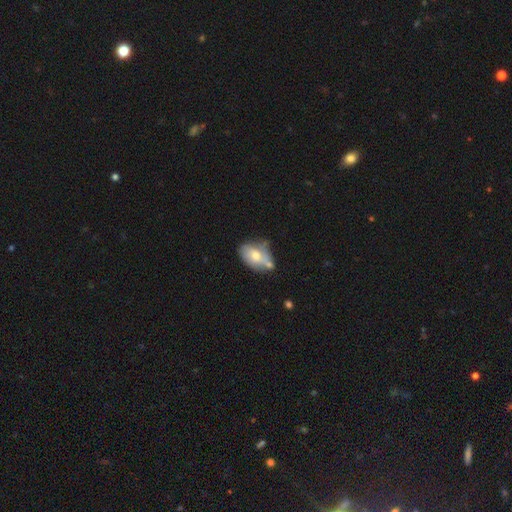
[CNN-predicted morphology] Smooth or featured? Predicted: smooth (p=0.63). How rounded? Predicted: in between (p=0.85). Merging? Predicted: none (p=0.39).